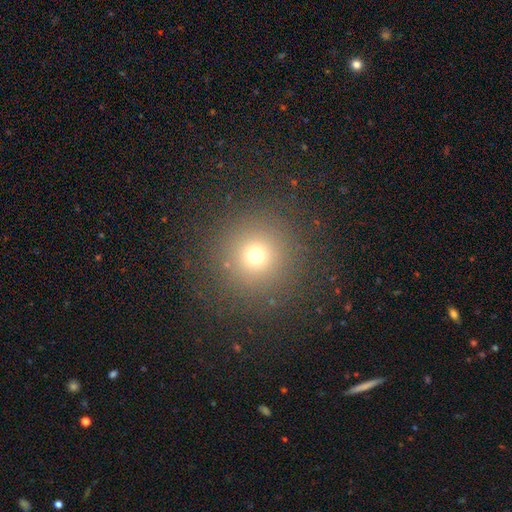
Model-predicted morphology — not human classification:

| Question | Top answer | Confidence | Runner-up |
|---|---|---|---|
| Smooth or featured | smooth | 69% | star or artifact (22%) |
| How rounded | round | 95% | in between (4%) |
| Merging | none | 87% | minor disturbance (7%) |